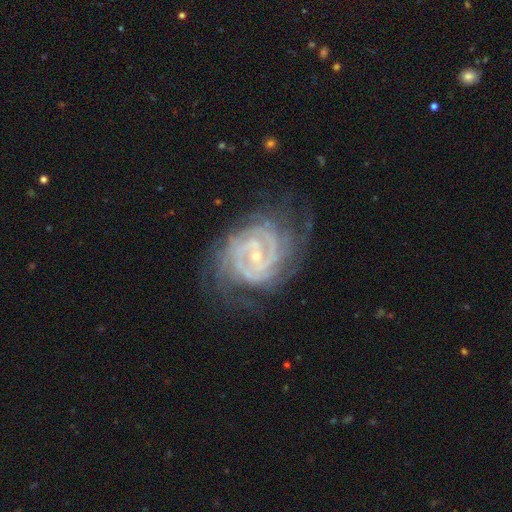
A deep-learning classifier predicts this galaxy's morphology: Overall: featured or disk (91%). Edge-on disk: no (97%). Bar: no (47%; weak 37%). Spiral arms: yes (98%). Spiral arm count: 2 (35%; can't tell 20%). Spiral winding: tight (77%). Bulge size: small (81%). Merging: none (69%).